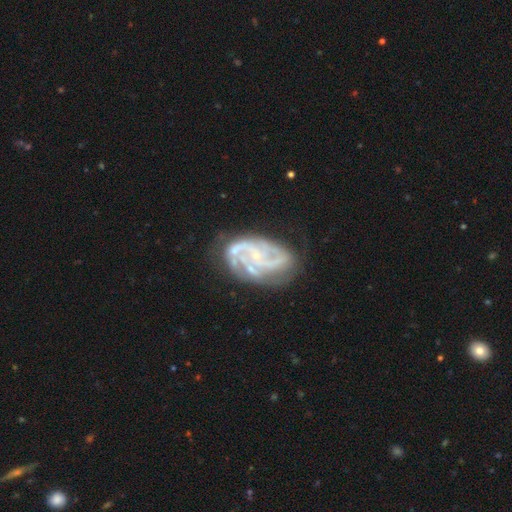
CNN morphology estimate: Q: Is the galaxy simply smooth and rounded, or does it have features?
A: featured or disk — 87%.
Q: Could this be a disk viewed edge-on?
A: no — 98%.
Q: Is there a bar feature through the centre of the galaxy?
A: no — 59%.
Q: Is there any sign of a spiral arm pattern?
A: yes — 96%.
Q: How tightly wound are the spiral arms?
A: medium — 46%.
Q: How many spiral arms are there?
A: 3 — 32%.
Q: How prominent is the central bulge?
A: small — 76%.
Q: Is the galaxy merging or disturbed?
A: none — 64%.